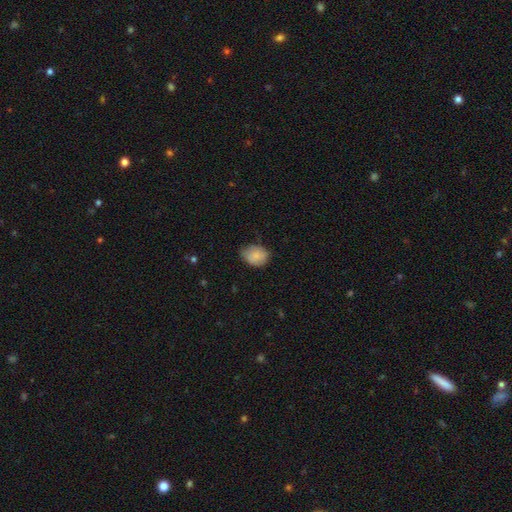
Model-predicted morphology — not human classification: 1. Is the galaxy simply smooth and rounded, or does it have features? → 80% smooth, 13% featured or disk, 8% star or artifact.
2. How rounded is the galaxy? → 57% in between, 42% round, 1% cigar-shaped.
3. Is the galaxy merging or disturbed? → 61% none, 32% minor disturbance, 6% major disturbance, 1% merger.